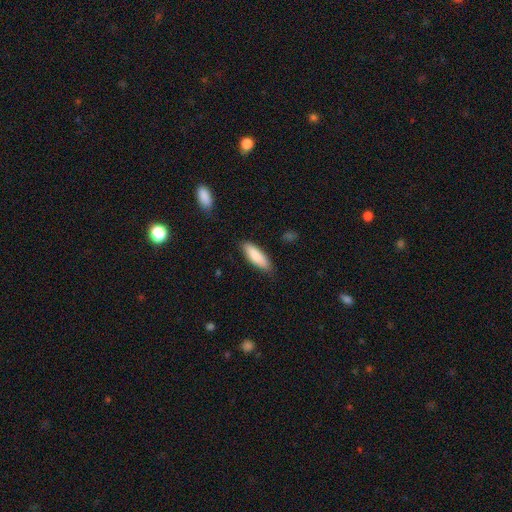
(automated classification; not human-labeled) Q: Smooth or featured?
A: smooth (86%); runner-up: featured or disk (8%)
Q: How rounded?
A: in between (52%); runner-up: cigar-shaped (46%)
Q: Merging?
A: none (84%); runner-up: minor disturbance (12%)